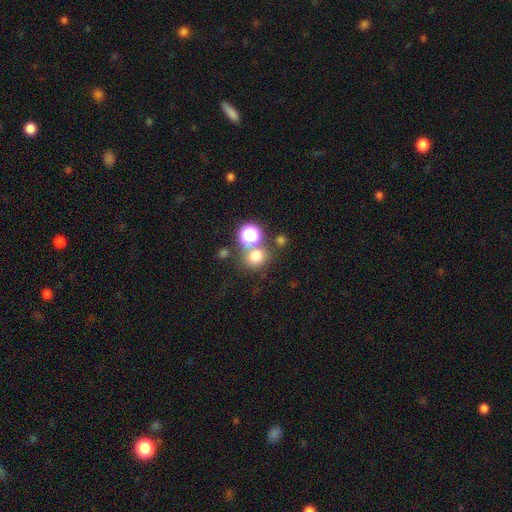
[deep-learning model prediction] smooth_or_featured: smooth (p=0.72) [alt: star or artifact p=0.21]
how_rounded: round (p=0.76) [alt: in between p=0.23]
merging: none (p=0.64) [alt: merger p=0.23]